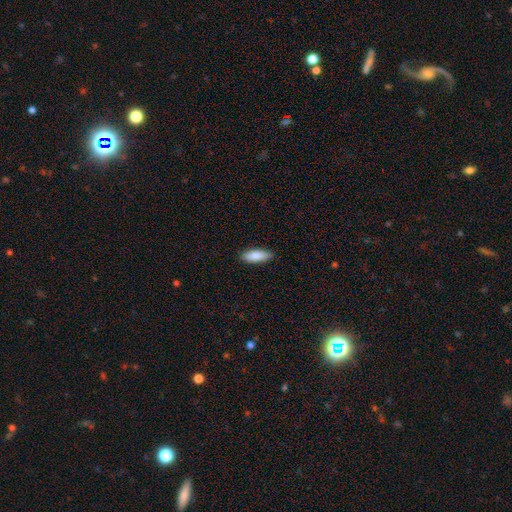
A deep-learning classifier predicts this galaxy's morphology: type=smooth (87%); roundness=in between (68%); merging=none (87%).